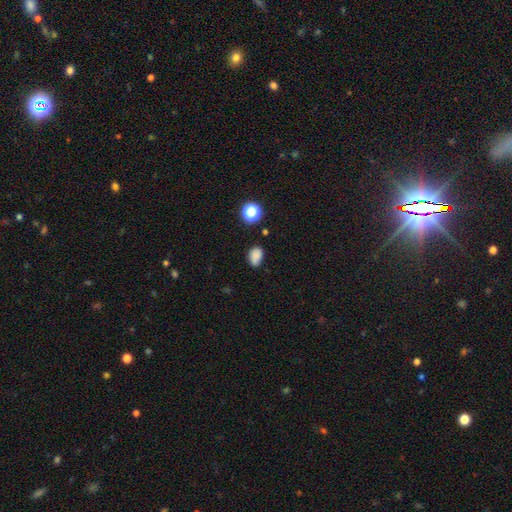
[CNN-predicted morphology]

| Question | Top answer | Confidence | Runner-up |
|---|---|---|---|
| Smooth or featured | smooth | 81% | star or artifact (13%) |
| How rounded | in between | 77% | round (22%) |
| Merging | none | 66% | minor disturbance (25%) |